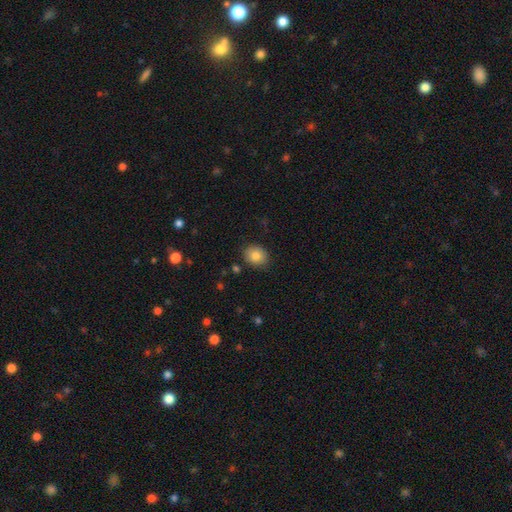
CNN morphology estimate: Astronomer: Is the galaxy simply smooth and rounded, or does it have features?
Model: smooth — 83%.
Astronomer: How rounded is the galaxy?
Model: round — 59% (runner-up: in between, 41%).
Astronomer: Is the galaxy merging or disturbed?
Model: none — 83%.